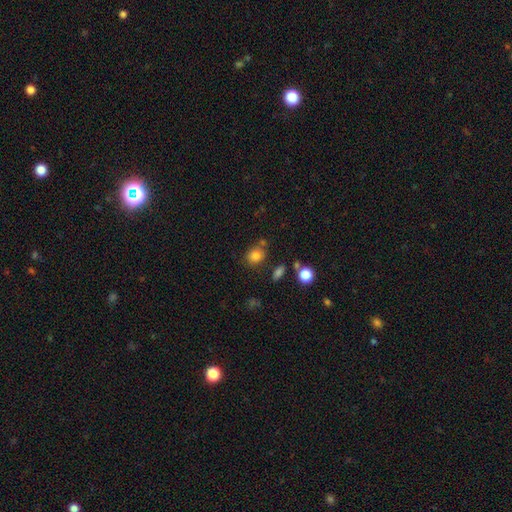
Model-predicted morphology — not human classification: Smooth or featured? Predicted: smooth (p=0.82). How rounded? Predicted: round (p=0.56). Merging? Predicted: none (p=0.70).